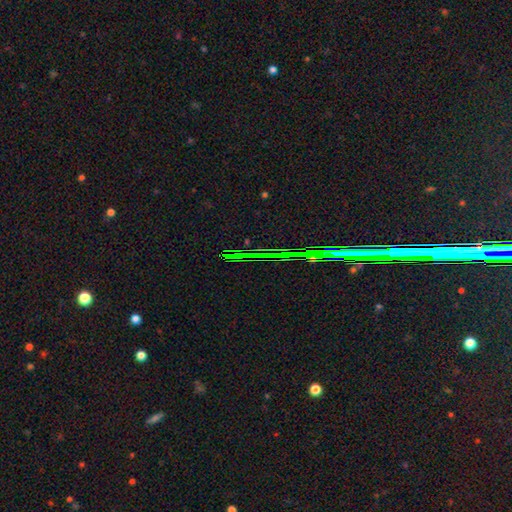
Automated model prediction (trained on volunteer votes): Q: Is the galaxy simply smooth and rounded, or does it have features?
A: star or artifact — 83%.